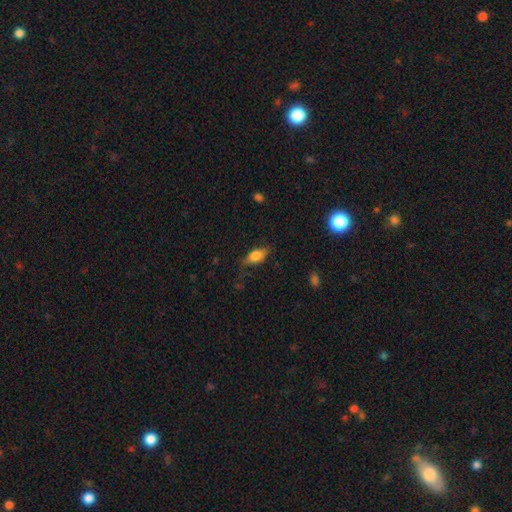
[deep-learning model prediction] Smooth or featured? Predicted: smooth (p=0.76). How rounded? Predicted: in between (p=0.85). Merging? Predicted: none (p=0.68).